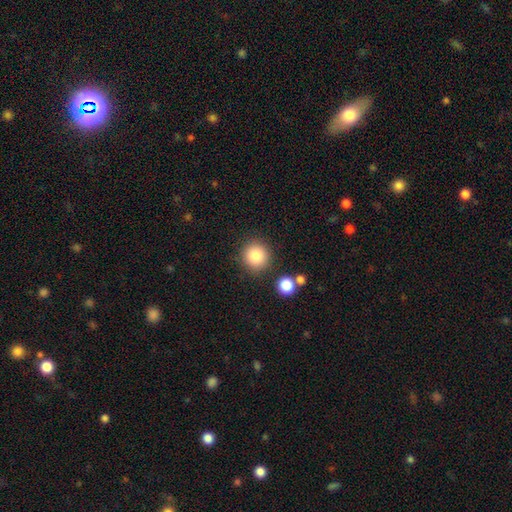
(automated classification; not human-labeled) This is clearly a smooth galaxy (85%). How rounded: clearly round (94%). Merging: clearly none (85%).